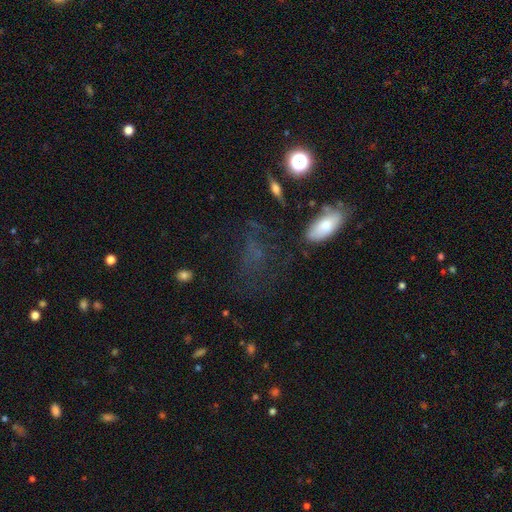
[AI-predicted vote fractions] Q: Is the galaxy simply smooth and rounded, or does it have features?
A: smooth — 47%.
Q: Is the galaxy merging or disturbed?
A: none — 48%.